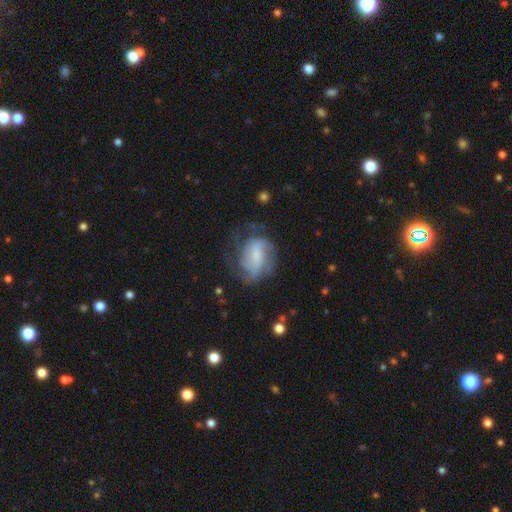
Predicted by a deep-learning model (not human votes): Morphology: type=featured or disk (73%); edge-on=no (97%); bar=weak (46%); spiral arms=yes (89%); winding=medium (44%); arm count=2 (31%); bulge=small (36%); merging=none (54%).